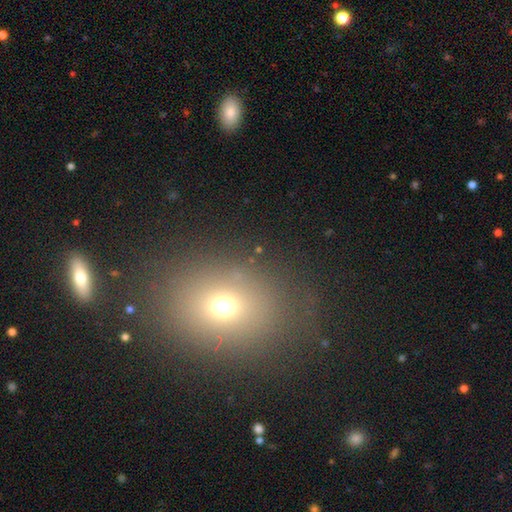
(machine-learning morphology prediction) Smooth or featured?
  - smooth: 64% *
  - star or artifact: 22%
  - featured or disk: 13%
How rounded?
  - in between: 53% *
  - round: 45%
  - cigar-shaped: 1%
Merging?
  - none: 82% *
  - minor disturbance: 10%
  - major disturbance: 5%
  - merger: 3%